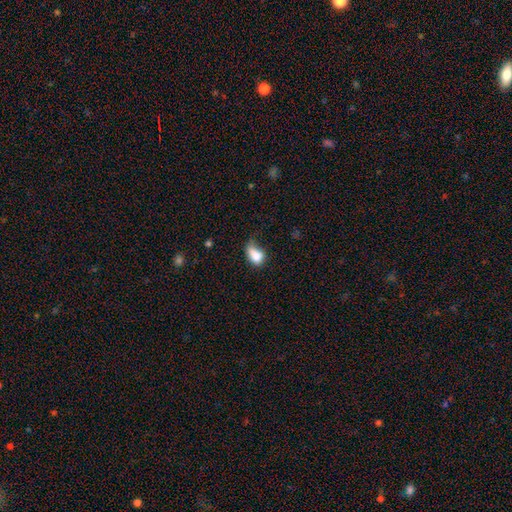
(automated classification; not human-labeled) Q: Smooth or featured?
A: smooth (79%); runner-up: featured or disk (12%)
Q: How rounded?
A: in between (81%); runner-up: round (16%)
Q: Merging?
A: minor disturbance (36%); runner-up: none (28%)